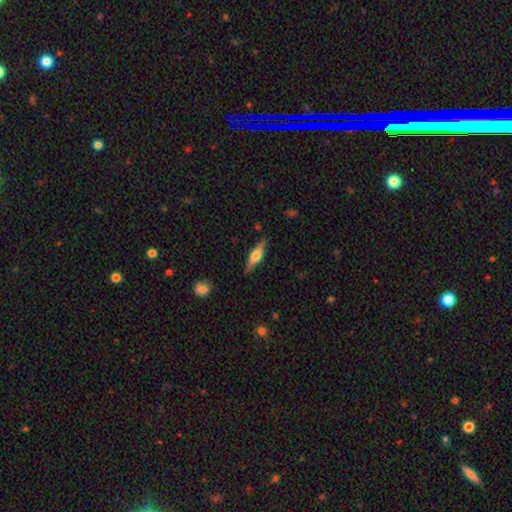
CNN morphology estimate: Q: Smooth or featured?
A: featured or disk (66%); runner-up: smooth (28%)
Q: Edge-on disk?
A: yes (97%); runner-up: no (3%)
Q: Edge-on bulge?
A: rounded (89%); runner-up: boxy (9%)
Q: Merging?
A: none (88%); runner-up: minor disturbance (9%)